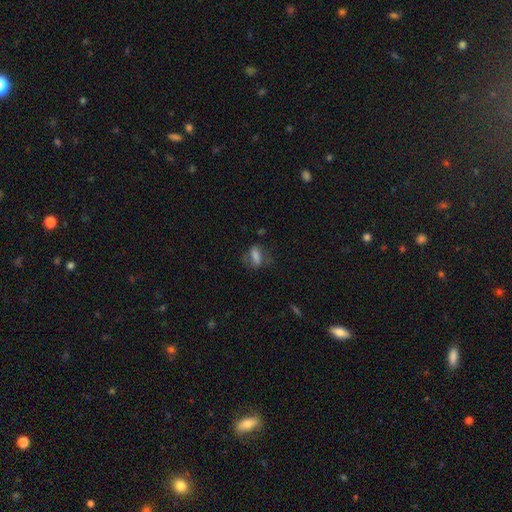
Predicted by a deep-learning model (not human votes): This appears to be a smooth galaxy with no disk features (70%) that is in between round and cigar-shaped (69%). Merging: none (53%).